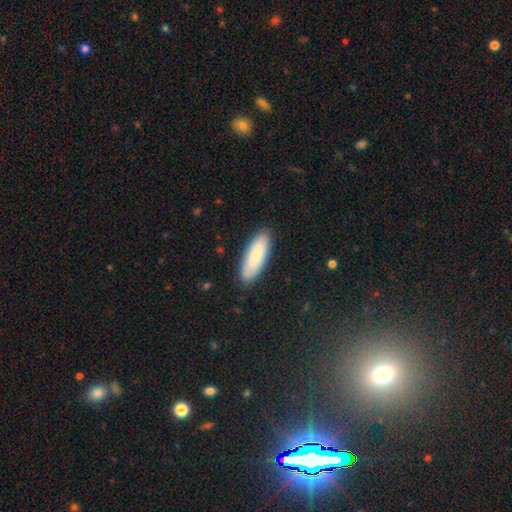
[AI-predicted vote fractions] smooth-or-featured: smooth: 80% | featured or disk: 15% | star or artifact: 6%
  how-rounded: in between: 61% | cigar-shaped: 37% | round: 2%
  merging: none: 88% | minor disturbance: 9% | major disturbance: 2% | merger: 1%